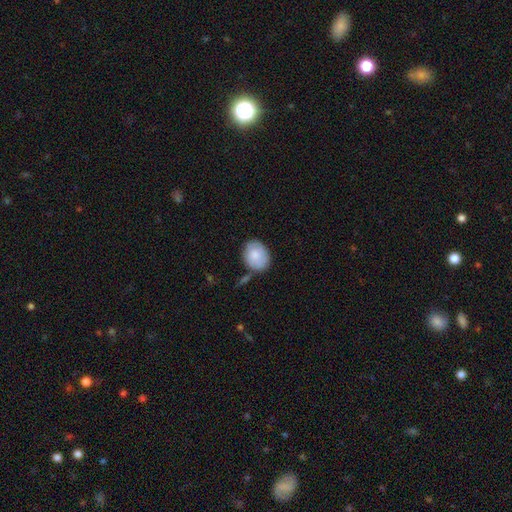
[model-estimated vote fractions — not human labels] This appears to be a smooth galaxy with no disk features (78%) that is in between round and cigar-shaped (59%). Merging: none (68%).